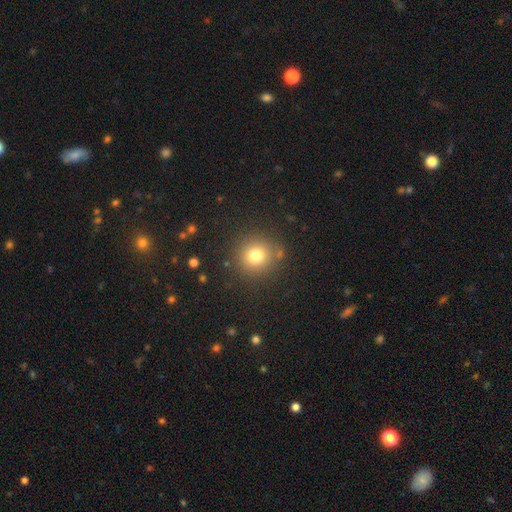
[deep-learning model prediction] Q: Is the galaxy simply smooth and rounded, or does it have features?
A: smooth — 76%.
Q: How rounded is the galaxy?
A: round — 93%.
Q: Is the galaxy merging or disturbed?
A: none — 85%.